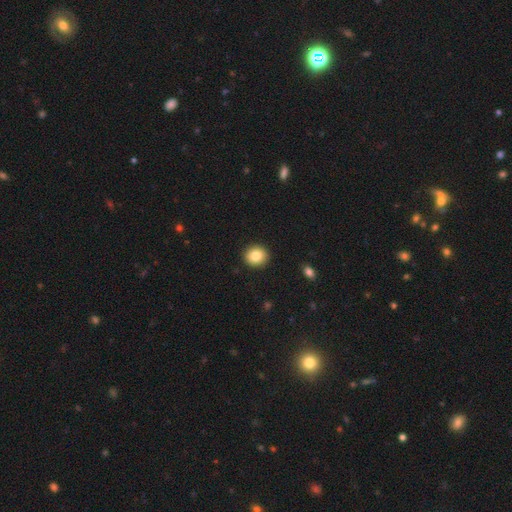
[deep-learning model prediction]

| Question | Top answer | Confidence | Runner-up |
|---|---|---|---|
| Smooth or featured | smooth | 84% | star or artifact (9%) |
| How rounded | round | 87% | in between (12%) |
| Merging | none | 92% | minor disturbance (5%) |